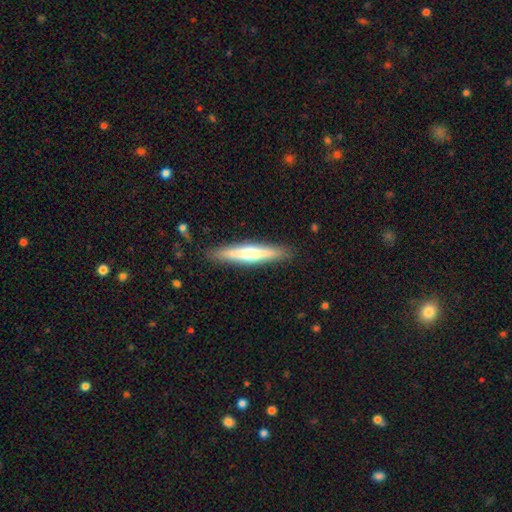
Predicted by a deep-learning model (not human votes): Smooth or featured? featured or disk (49%)
Merging? none (90%)